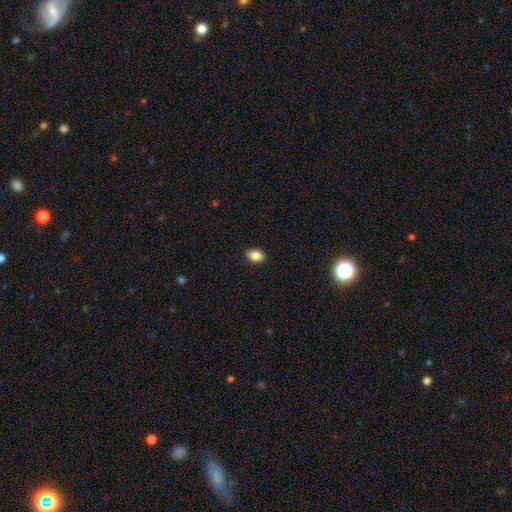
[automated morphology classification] Smooth or featured? Predicted: smooth (p=0.86). How rounded? Predicted: in between (p=0.82). Merging? Predicted: none (p=0.90).